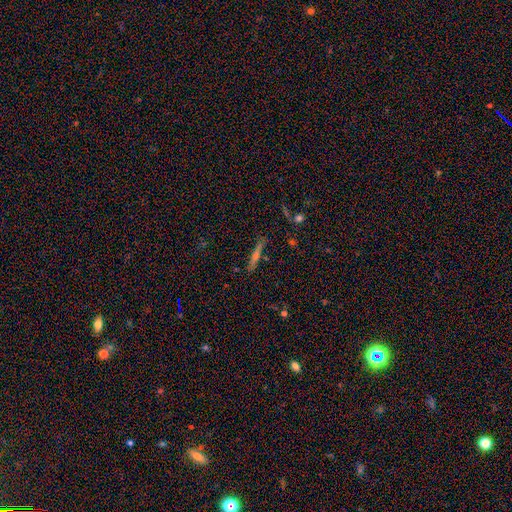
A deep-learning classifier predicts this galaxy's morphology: smooth-or-featured: featured or disk: 46% | smooth: 38% | star or artifact: 16%
  merging: none: 83% | minor disturbance: 11% | major disturbance: 3% | merger: 3%